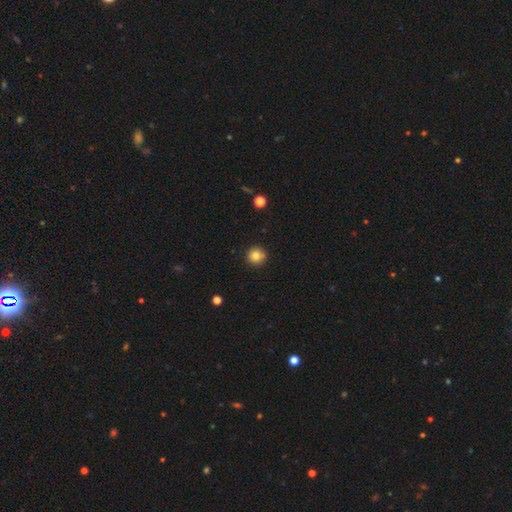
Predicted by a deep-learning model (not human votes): Morphology: type=smooth (81%); roundness=round (94%); merging=none (85%).